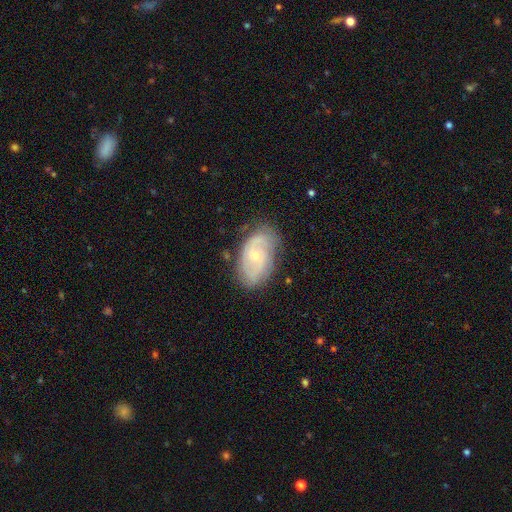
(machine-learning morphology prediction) Smooth or featured?
  - featured or disk: 71% *
  - smooth: 22%
  - star or artifact: 7%
Edge-on disk?
  - no: 95% *
  - yes: 5%
Bar?
  - no: 73% *
  - weak: 23%
  - strong: 4%
Spiral arms?
  - yes: 82% *
  - no: 18%
Spiral winding?
  - tight: 47% *
  - medium: 37%
  - loose: 15%
Spiral arm count?
  - 2: 48% *
  - can't tell: 34%
  - 3: 8%
  - 1: 4%
  - 4: 3%
  - more than 4: 2%
Bulge size?
  - small: 71% *
  - moderate: 26%
  - none: 1%
  - large: 1%
  - dominant: 1%
Merging?
  - none: 71% *
  - minor disturbance: 21%
  - major disturbance: 6%
  - merger: 2%